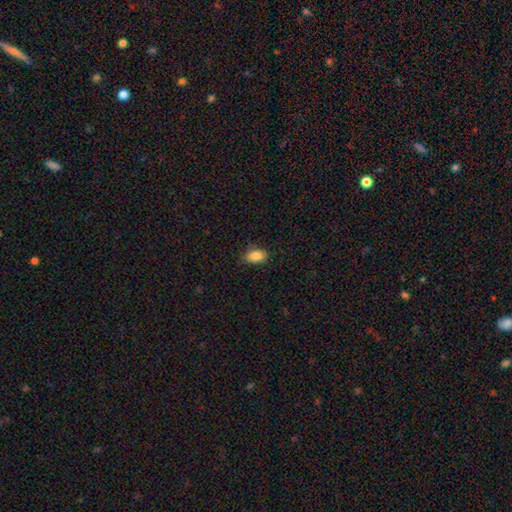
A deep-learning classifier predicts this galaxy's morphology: smooth_or_featured: smooth (p=0.87) [alt: star or artifact p=0.08]
how_rounded: in between (p=0.89) [alt: round p=0.09]
merging: none (p=0.82) [alt: minor disturbance p=0.15]